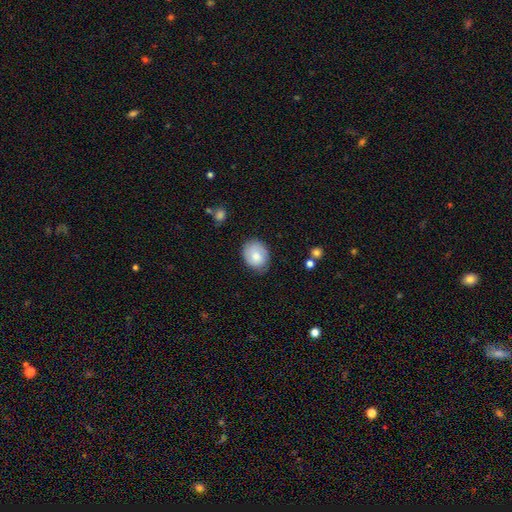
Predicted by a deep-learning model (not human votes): smooth-or-featured: smooth: 79% | featured or disk: 14% | star or artifact: 7%
  how-rounded: in between: 53% | round: 46% | cigar-shaped: 1%
  merging: none: 72% | minor disturbance: 23% | major disturbance: 4% | merger: 1%